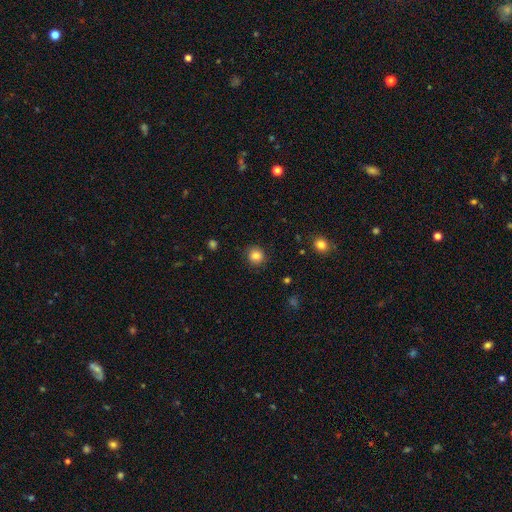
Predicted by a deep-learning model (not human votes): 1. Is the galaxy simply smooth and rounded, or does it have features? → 85% smooth, 11% star or artifact, 5% featured or disk.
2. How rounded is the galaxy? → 87% round, 12% in between, 1% cigar-shaped.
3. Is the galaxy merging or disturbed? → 88% none, 8% minor disturbance, 3% major disturbance, 1% merger.